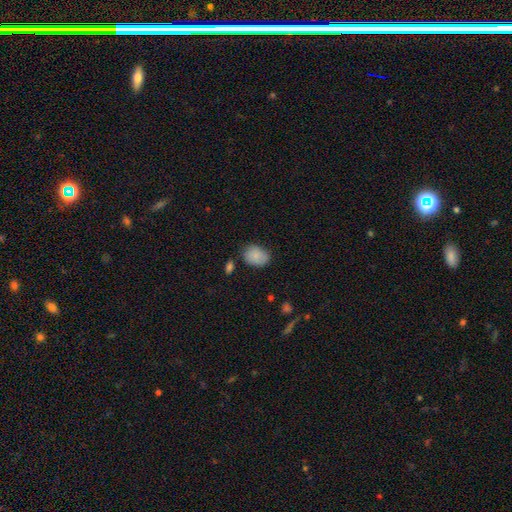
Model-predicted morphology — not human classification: smooth 86%, star or artifact 7%, featured or disk 7%. Down the decision tree: how rounded — in between (73%); merging — none (71%).